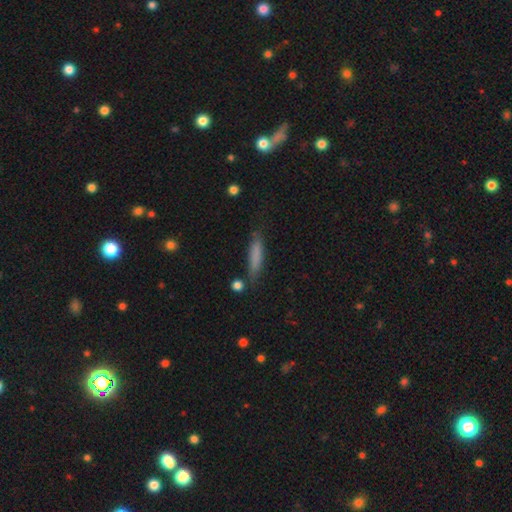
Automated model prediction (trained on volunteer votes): Overall: smooth (77%). How rounded: cigar-shaped (83%). Merging: none (76%).